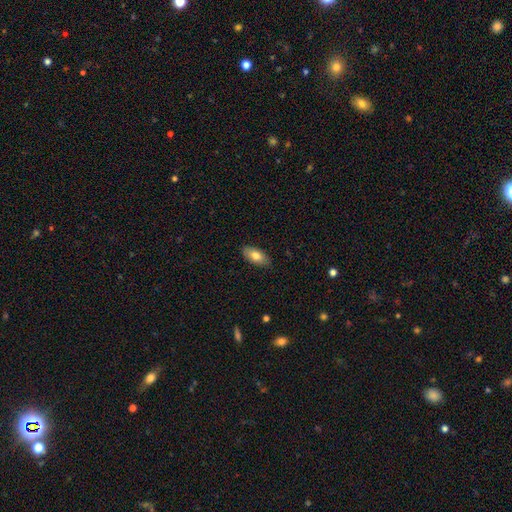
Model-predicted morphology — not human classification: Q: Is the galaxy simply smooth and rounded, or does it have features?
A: smooth — 78%.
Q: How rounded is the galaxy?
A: in between — 90%.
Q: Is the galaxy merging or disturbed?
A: none — 86%.